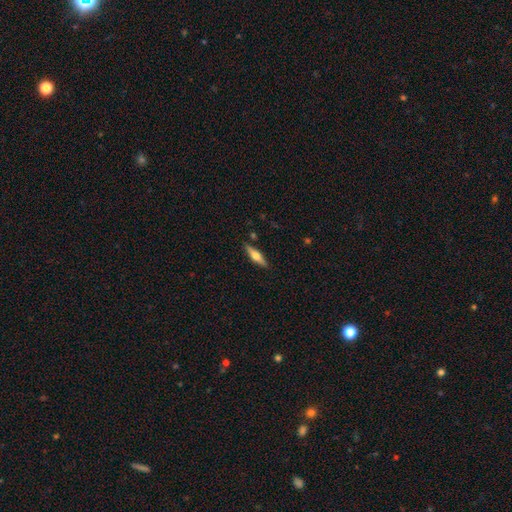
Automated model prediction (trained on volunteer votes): Smooth or featured? featured or disk (56%)
Edge-on disk? yes (96%)
Edge-on bulge? rounded (93%)
Merging? none (88%)